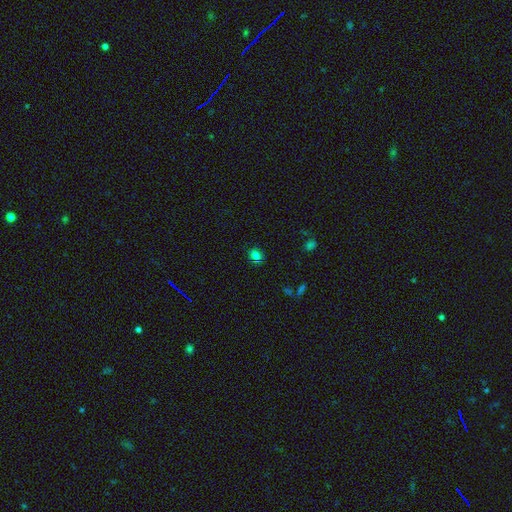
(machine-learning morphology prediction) Overall: smooth (78%). How rounded: round (55%; in between 44%). Merging: none (84%).